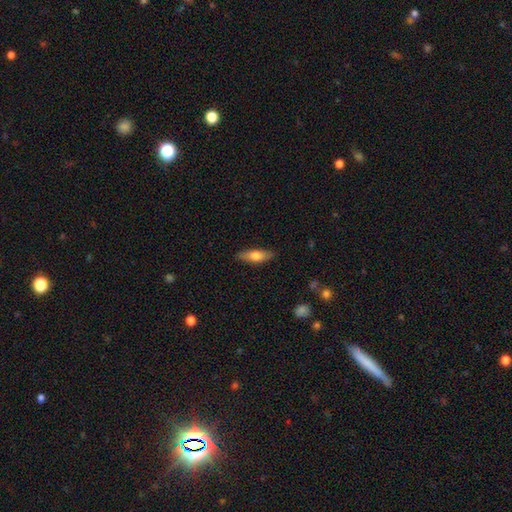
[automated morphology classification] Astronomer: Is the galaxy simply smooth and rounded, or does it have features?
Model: smooth — 68%.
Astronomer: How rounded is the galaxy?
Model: in between — 50% (runner-up: cigar-shaped, 48%).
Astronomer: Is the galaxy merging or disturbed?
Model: none — 86%.